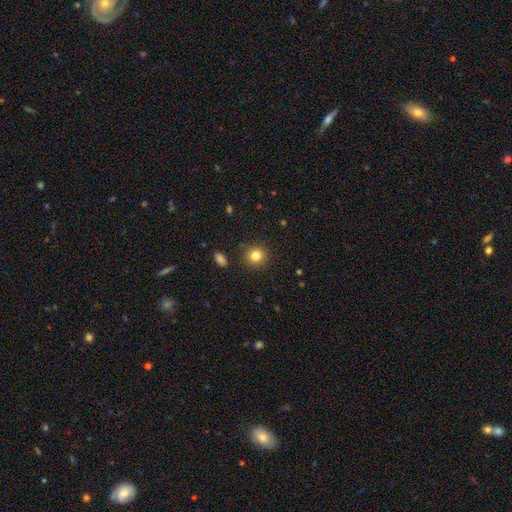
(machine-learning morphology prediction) smooth 83%, star or artifact 11%, featured or disk 6%. Down the decision tree: how rounded — round (90%); merging — none (90%).